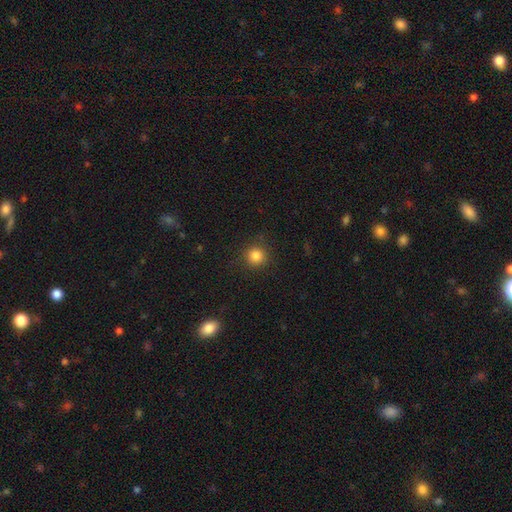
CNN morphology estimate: This appears to be a smooth galaxy with no disk features (83%) that is round (93%). Merging: none (89%).